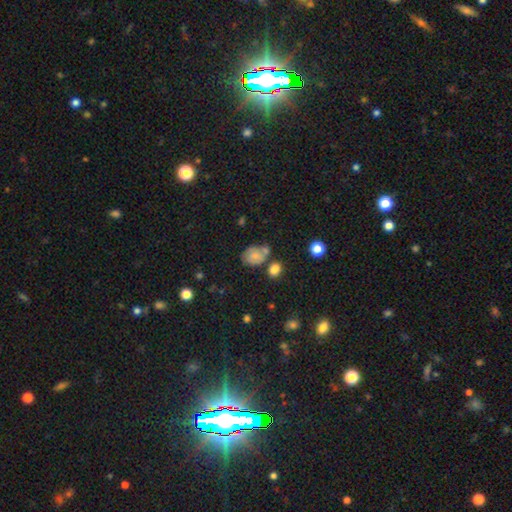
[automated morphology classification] smooth-or-featured: smooth: 63% | featured or disk: 25% | star or artifact: 12%
  how-rounded: in between: 61% | round: 38% | cigar-shaped: 1%
  merging: none: 45% | minor disturbance: 23% | merger: 22% | major disturbance: 10%